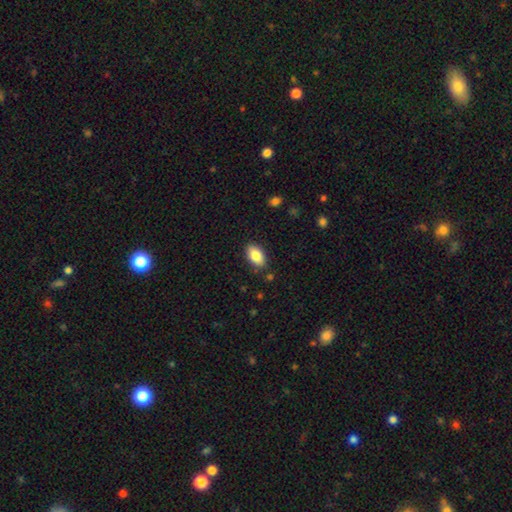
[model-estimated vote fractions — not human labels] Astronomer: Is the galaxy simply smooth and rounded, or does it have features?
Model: smooth — 83%.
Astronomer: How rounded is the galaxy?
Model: in between — 92%.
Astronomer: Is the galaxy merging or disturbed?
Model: none — 86%.